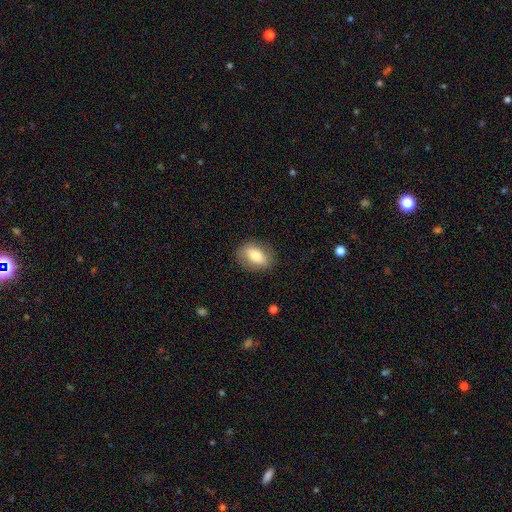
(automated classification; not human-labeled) This is likely a smooth galaxy (71%). How rounded: clearly in between (82%). Merging: clearly none (82%).